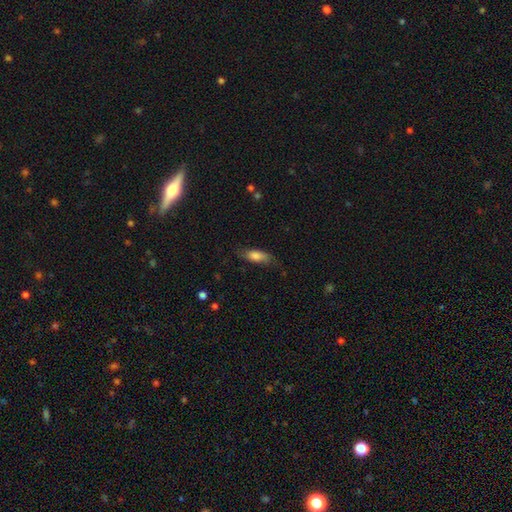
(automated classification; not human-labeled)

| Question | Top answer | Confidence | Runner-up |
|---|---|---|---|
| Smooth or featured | smooth | 77% | featured or disk (17%) |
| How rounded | in between | 70% | cigar-shaped (27%) |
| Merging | none | 72% | minor disturbance (21%) |